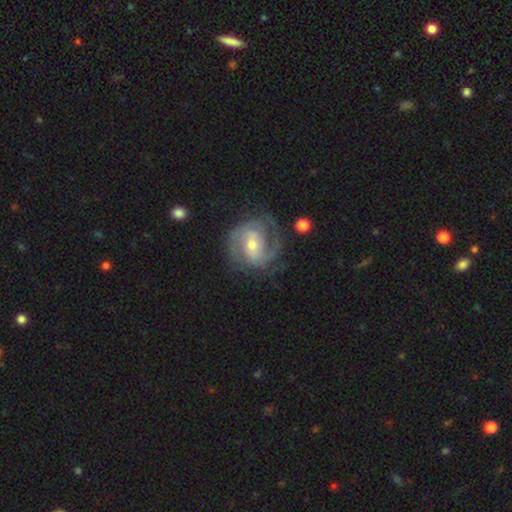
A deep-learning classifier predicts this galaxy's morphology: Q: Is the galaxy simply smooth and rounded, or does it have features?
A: featured or disk — 87%.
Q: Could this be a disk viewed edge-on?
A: no — 98%.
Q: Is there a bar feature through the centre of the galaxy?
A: weak — 44%.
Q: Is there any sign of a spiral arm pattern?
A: yes — 96%.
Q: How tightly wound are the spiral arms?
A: tight — 45%.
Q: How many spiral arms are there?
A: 2 — 64%.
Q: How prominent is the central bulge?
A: moderate — 50%.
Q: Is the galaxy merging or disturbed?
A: none — 71%.